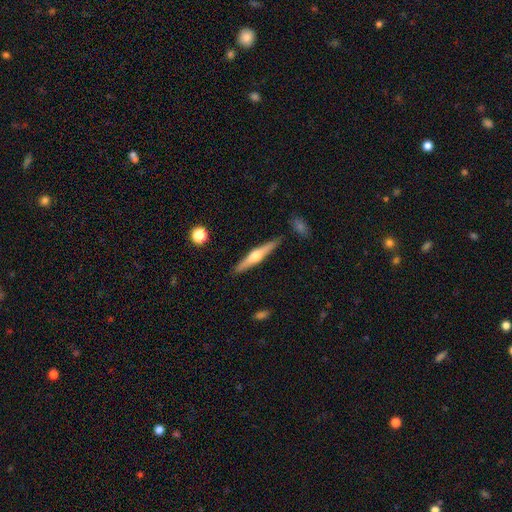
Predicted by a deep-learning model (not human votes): featured or disk 65%, smooth 30%, star or artifact 6%. Down the decision tree: edge-on disk — yes (97%); edge-on bulge — rounded (92%); merging — none (89%).